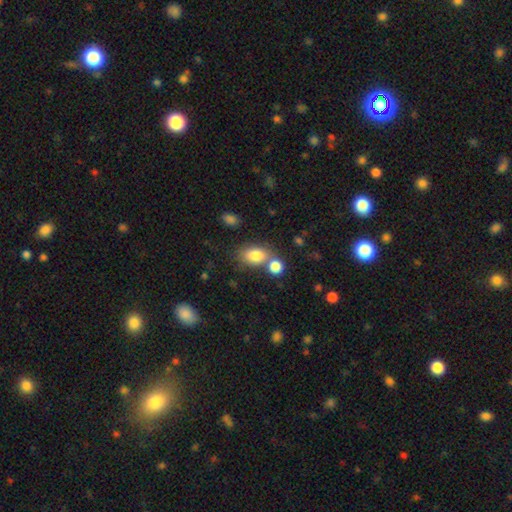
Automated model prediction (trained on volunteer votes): The model was most divided on "merging": none: 54%, merger: 29%, minor disturbance: 13%, major disturbance: 5%. More confident: smooth or featured — smooth (83%); how rounded — in between (79%).